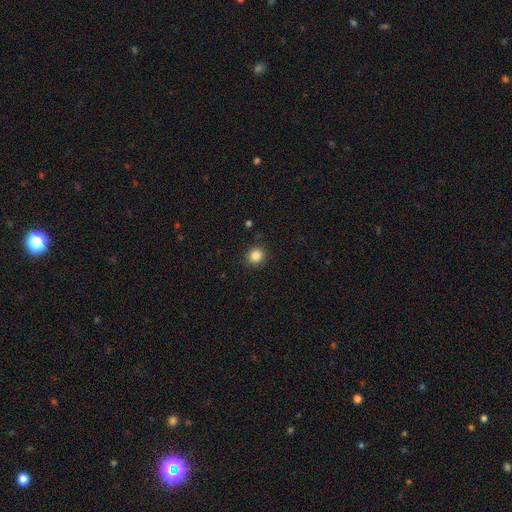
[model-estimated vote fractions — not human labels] Smooth or featured? Predicted: smooth (p=0.85). How rounded? Predicted: round (p=0.88). Merging? Predicted: none (p=0.90).